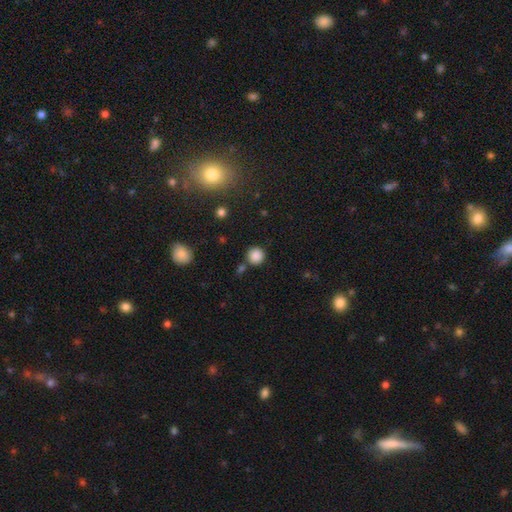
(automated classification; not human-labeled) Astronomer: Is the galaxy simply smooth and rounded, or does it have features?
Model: smooth — 86%.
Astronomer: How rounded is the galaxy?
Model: round — 93%.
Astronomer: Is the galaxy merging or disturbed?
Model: none — 78%.